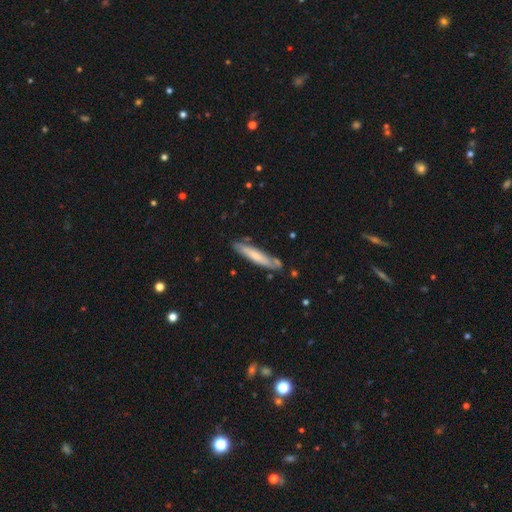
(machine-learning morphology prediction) smooth 60%, featured or disk 34%, star or artifact 5%. Down the decision tree: how rounded — cigar-shaped (90%); merging — none (76%).